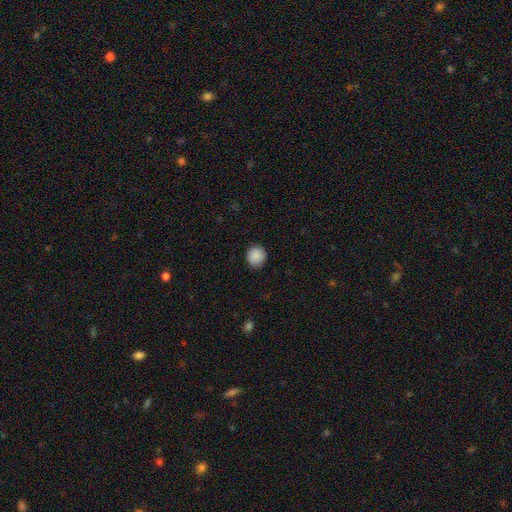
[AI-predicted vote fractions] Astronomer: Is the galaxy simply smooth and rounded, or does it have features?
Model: smooth — 89%.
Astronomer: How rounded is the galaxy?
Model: round — 90%.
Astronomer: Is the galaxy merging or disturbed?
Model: none — 90%.